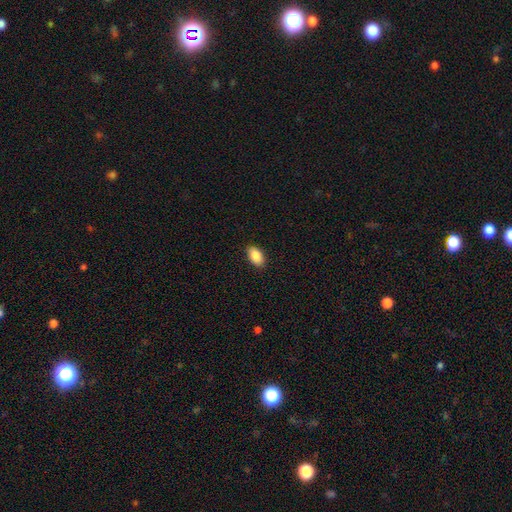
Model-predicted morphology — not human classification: Q: Smooth or featured?
A: smooth (89%); runner-up: star or artifact (7%)
Q: How rounded?
A: in between (93%); runner-up: round (5%)
Q: Merging?
A: none (88%); runner-up: minor disturbance (9%)